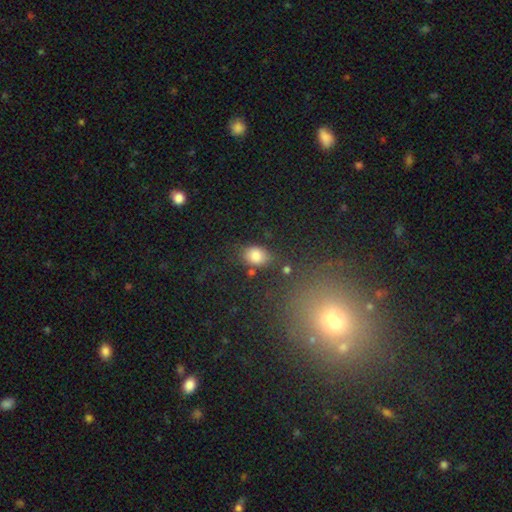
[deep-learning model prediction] smooth-or-featured: smooth: 82% | star or artifact: 11% | featured or disk: 7%
  how-rounded: in between: 70% | round: 28% | cigar-shaped: 2%
  merging: none: 69% | minor disturbance: 19% | merger: 6% | major disturbance: 6%